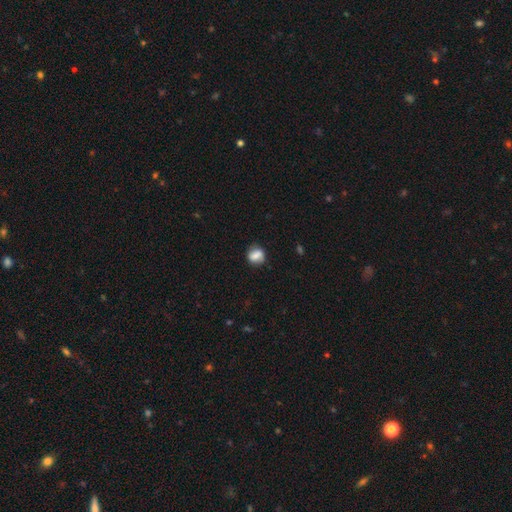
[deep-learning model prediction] A smooth galaxy with no disk features (74%) that is round (63%).

Vote fractions:
- Smooth or featured? smooth: 74% / featured or disk: 17% / star or artifact: 9%
- How rounded? round: 63% / in between: 35% / cigar-shaped: 2%
- Merging? none: 75% / minor disturbance: 17% / major disturbance: 5% / merger: 4%